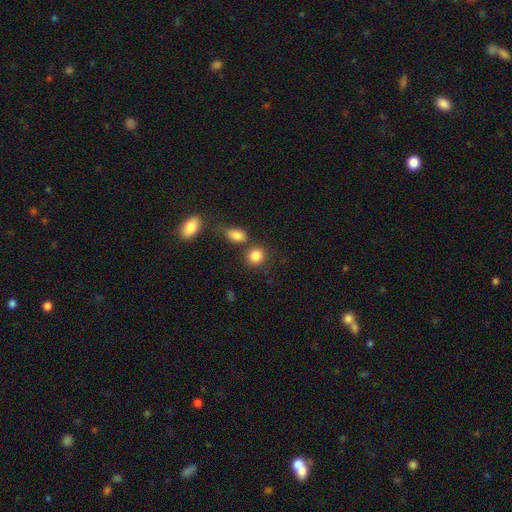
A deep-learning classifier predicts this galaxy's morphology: Q: Smooth or featured?
A: smooth (85%); runner-up: star or artifact (9%)
Q: How rounded?
A: round (70%); runner-up: in between (29%)
Q: Merging?
A: none (68%); runner-up: merger (16%)